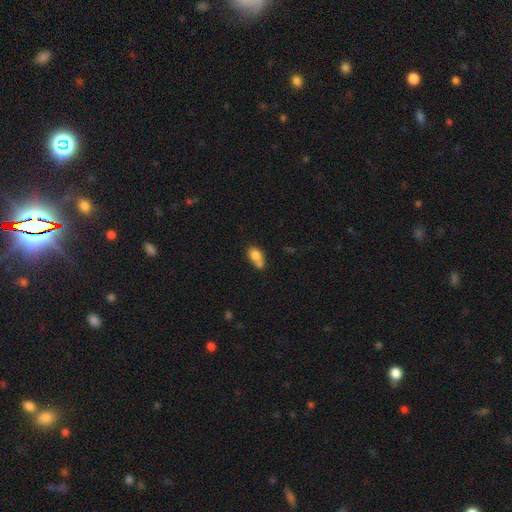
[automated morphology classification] Overall: smooth (77%). How rounded: in between (69%). Merging: merger (52%; none 30%).